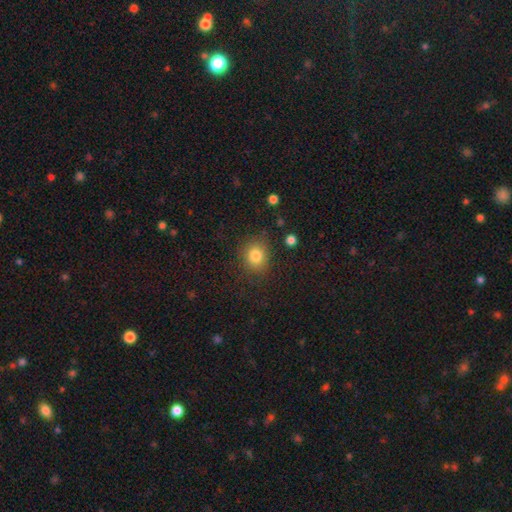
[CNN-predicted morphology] Smooth or featured? Predicted: smooth (p=0.82). How rounded? Predicted: round (p=0.69). Merging? Predicted: none (p=0.81).